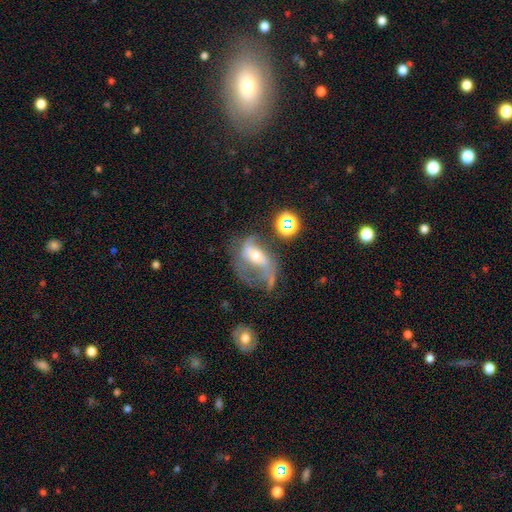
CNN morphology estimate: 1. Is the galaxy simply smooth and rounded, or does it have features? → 74% featured or disk, 16% smooth, 11% star or artifact.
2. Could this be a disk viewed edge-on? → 94% no, 6% yes.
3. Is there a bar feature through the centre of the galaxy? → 36% no, 35% weak, 30% strong.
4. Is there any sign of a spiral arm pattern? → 82% yes, 18% no.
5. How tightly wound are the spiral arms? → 52% loose, 34% medium, 14% tight.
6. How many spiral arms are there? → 60% 2, 19% 1, 14% can't tell, 4% 3, 1% 4, 1% more than 4.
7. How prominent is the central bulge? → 52% moderate, 41% small, 4% large, 2% none, 1% dominant.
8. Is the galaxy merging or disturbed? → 37% major disturbance, 33% none, 22% minor disturbance, 8% merger.